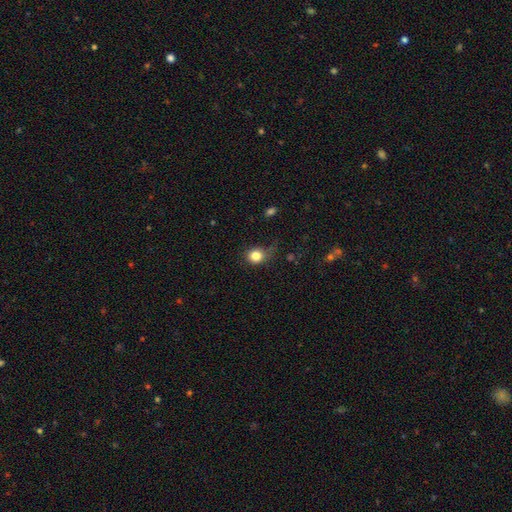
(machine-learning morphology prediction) A smooth galaxy with no disk features (83%) that is round (79%). Merging: none (67%).